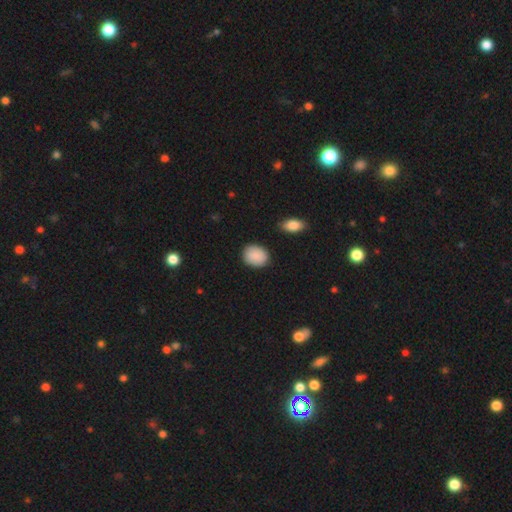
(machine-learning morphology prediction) smooth_or_featured: smooth (p=0.90) [alt: star or artifact p=0.06]
how_rounded: in between (p=0.51) [alt: round p=0.48]
merging: none (p=0.87) [alt: minor disturbance p=0.09]